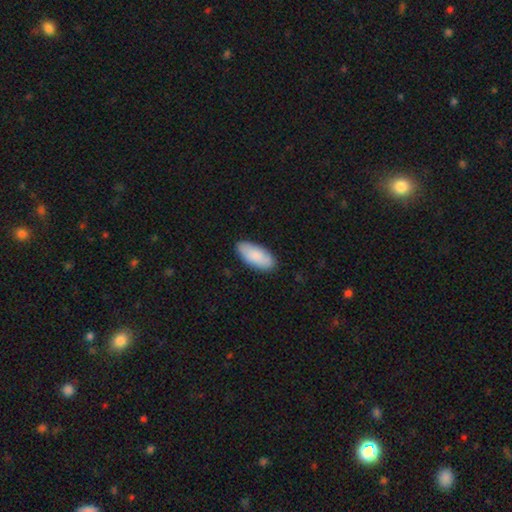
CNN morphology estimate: Smooth or featured? smooth (87%)
How rounded? in between (90%)
Merging? none (86%)